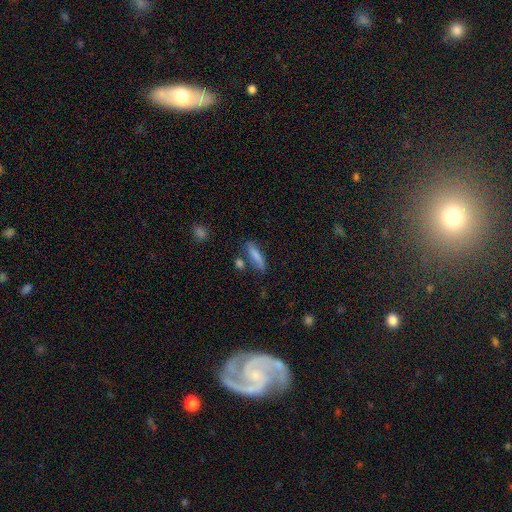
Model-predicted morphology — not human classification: Smooth or featured? smooth (79%)
How rounded? cigar-shaped (74%)
Merging? none (70%)